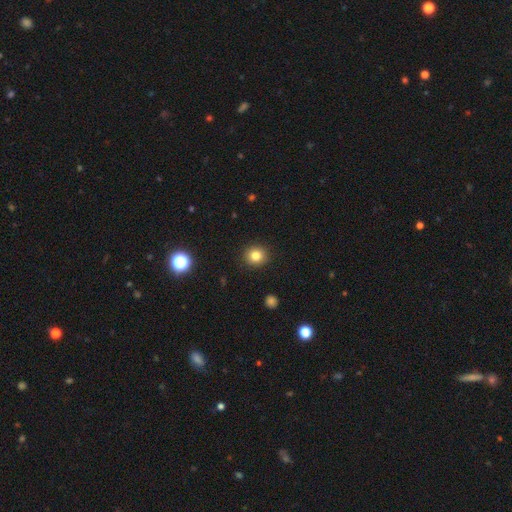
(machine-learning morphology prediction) smooth-or-featured: smooth: 82% | star or artifact: 12% | featured or disk: 6%
  how-rounded: round: 88% | in between: 11% | cigar-shaped: 1%
  merging: none: 91% | minor disturbance: 6% | major disturbance: 2% | merger: 1%